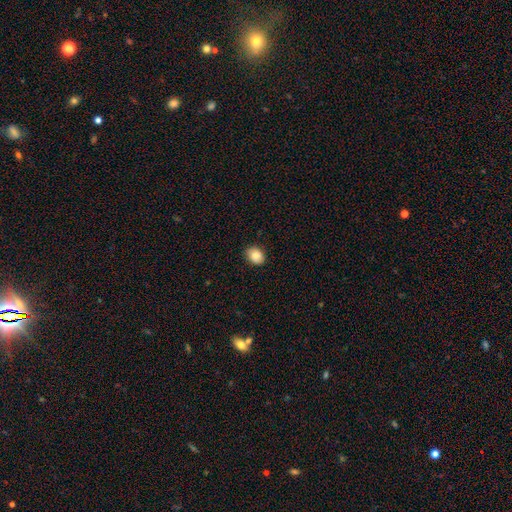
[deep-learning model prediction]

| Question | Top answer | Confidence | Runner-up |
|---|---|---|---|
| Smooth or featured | smooth | 86% | star or artifact (8%) |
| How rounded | in between | 58% | round (41%) |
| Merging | none | 87% | minor disturbance (10%) |